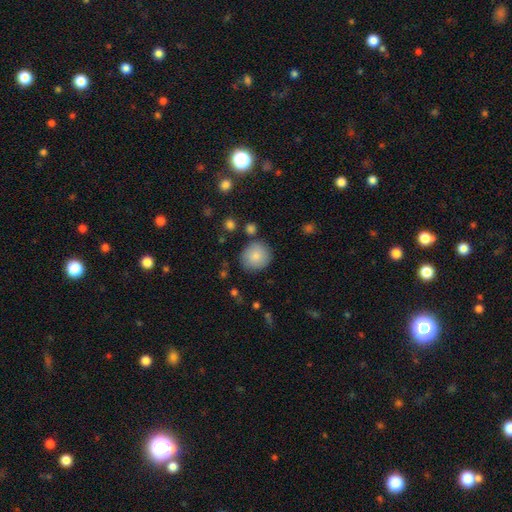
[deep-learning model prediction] smooth_or_featured: smooth (p=0.85) [alt: featured or disk p=0.08]
how_rounded: round (p=0.89) [alt: in between p=0.10]
merging: none (p=0.83) [alt: minor disturbance p=0.11]